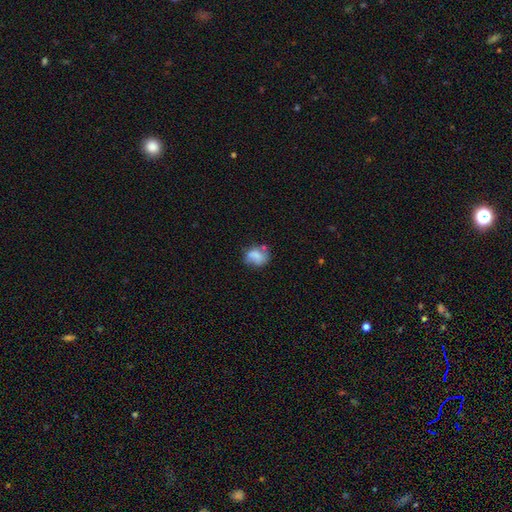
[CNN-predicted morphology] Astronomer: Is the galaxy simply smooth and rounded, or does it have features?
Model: smooth — 63%.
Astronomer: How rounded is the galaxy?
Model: round — 56% (runner-up: in between, 42%).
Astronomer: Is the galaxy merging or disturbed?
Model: none — 46% (runner-up: minor disturbance, 28%).